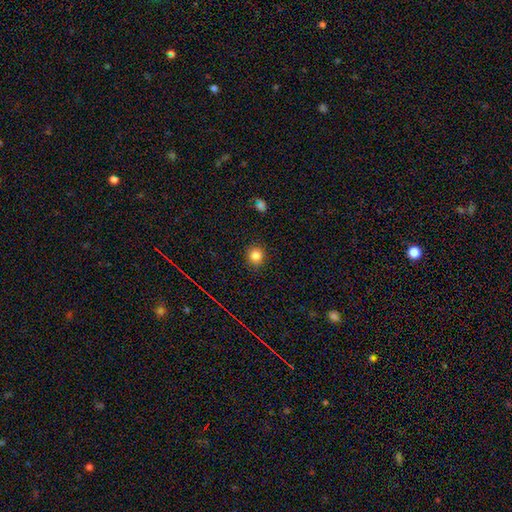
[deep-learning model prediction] The model was most divided on "smooth or featured": smooth: 83%, star or artifact: 13%, featured or disk: 5%. More confident: merging — none (89%); how rounded — round (89%).